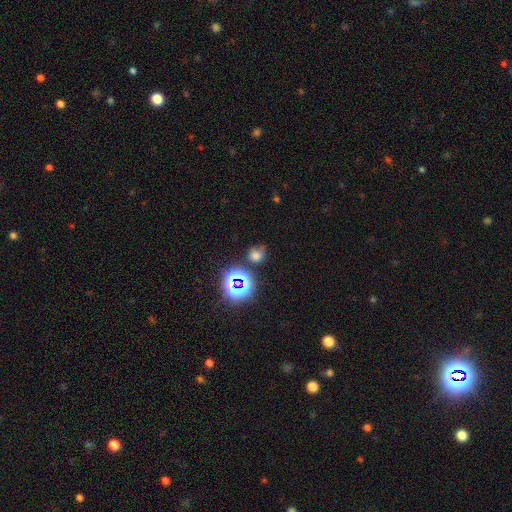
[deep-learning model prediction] This is likely a smooth galaxy (60%). How rounded: likely round (77%). Merging: likely none (61%).